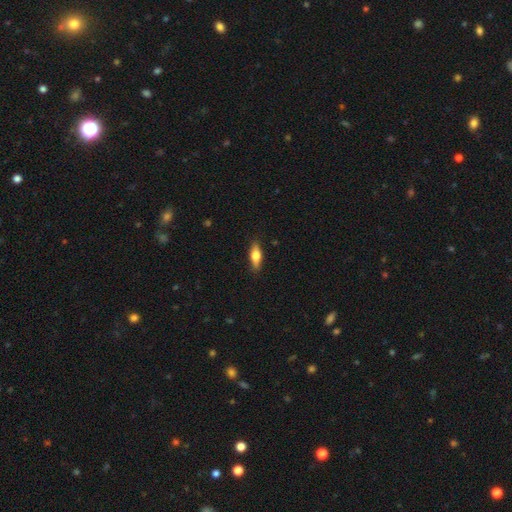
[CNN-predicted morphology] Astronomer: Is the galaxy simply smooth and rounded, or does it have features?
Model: smooth — 61%.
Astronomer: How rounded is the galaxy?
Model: in between — 57% (runner-up: cigar-shaped, 39%).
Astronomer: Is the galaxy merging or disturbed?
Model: none — 86%.